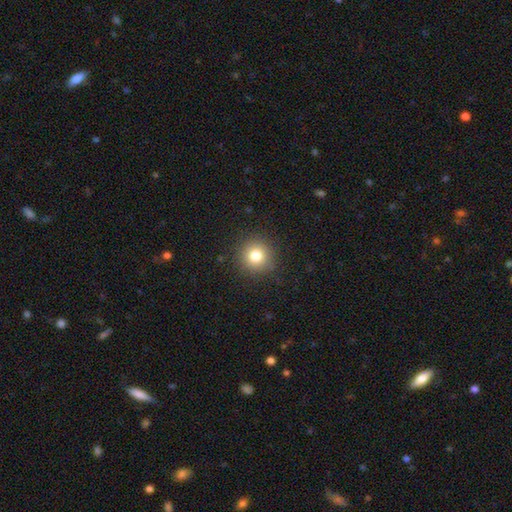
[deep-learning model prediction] Smooth or featured: smooth — 81% (star or artifact — 12%)
How rounded: round — 94% (in between — 5%)
Merging: none — 90% (minor disturbance — 7%)